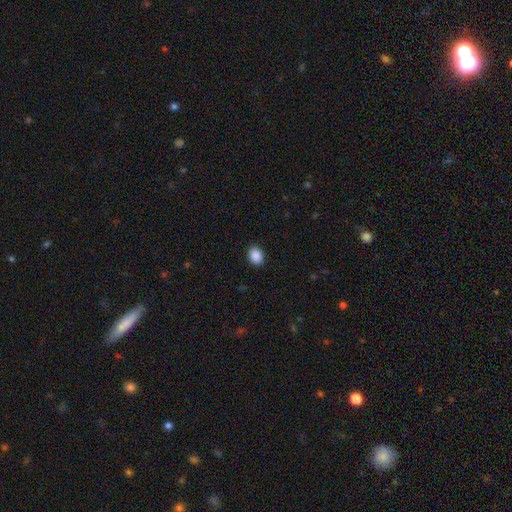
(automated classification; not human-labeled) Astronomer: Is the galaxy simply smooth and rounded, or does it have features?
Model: smooth — 89%.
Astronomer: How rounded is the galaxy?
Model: in between — 63%.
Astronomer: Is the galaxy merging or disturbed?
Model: none — 90%.